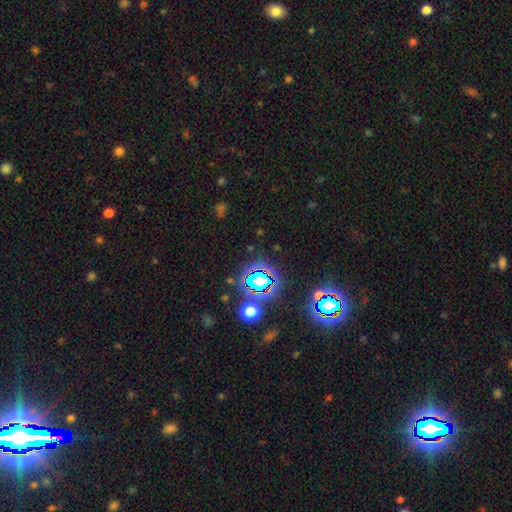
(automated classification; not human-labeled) This appears to be a star or artifact, not a galaxy (78%).